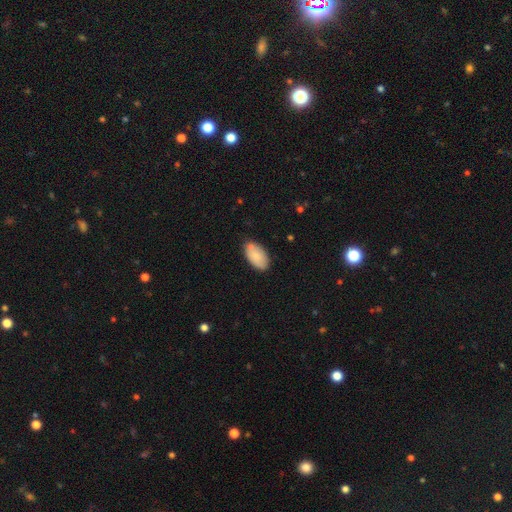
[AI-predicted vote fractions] Q: Smooth or featured?
A: smooth (81%); runner-up: featured or disk (13%)
Q: How rounded?
A: in between (95%); runner-up: round (3%)
Q: Merging?
A: none (74%); runner-up: minor disturbance (18%)